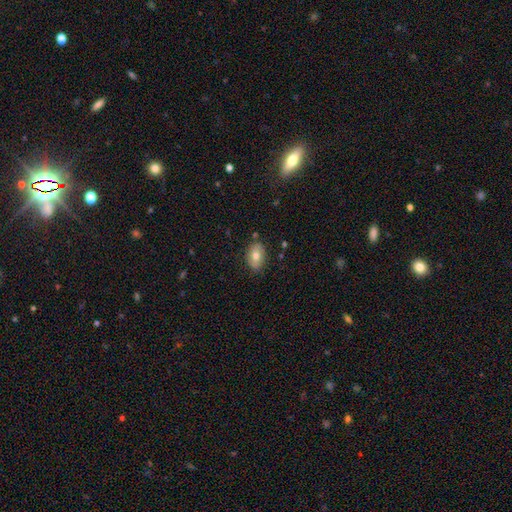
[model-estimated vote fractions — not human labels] The model was most divided on "smooth or featured": smooth: 72%, featured or disk: 20%, star or artifact: 8%. More confident: how rounded — in between (85%); merging — none (82%).